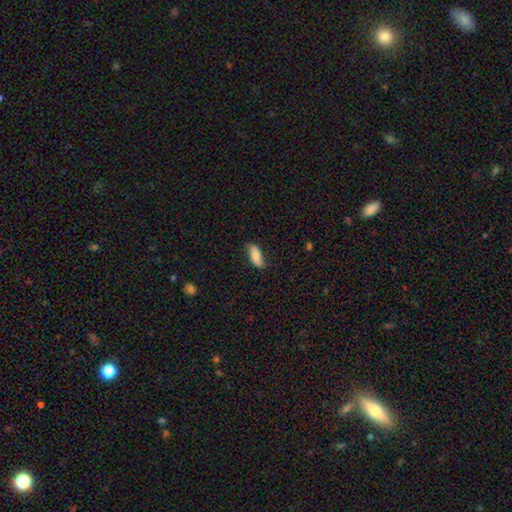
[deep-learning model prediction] The model was most divided on "smooth or featured": smooth: 68%, featured or disk: 26%, star or artifact: 7%. More confident: how rounded — in between (83%); merging — none (74%).